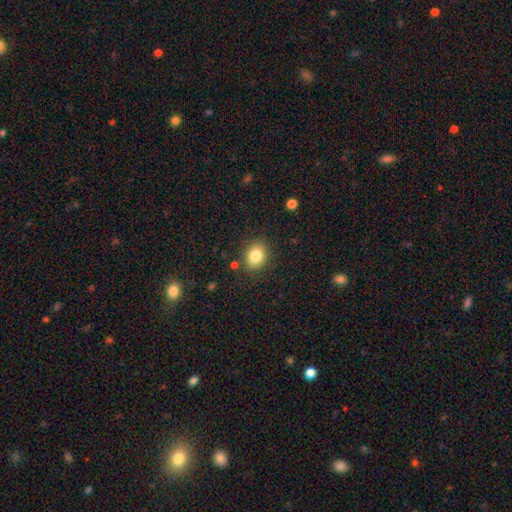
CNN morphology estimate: smooth-or-featured: smooth: 83% | star or artifact: 10% | featured or disk: 8%
  how-rounded: in between: 51% | round: 49% | cigar-shaped: 1%
  merging: none: 85% | minor disturbance: 10% | major disturbance: 3% | merger: 3%